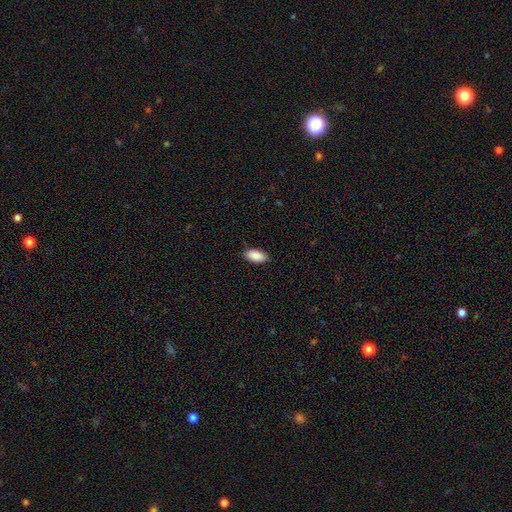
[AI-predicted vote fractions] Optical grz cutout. It shows a smooth galaxy with no disk features (89%) that is in between round and cigar-shaped (92%). Merging: none (85%).